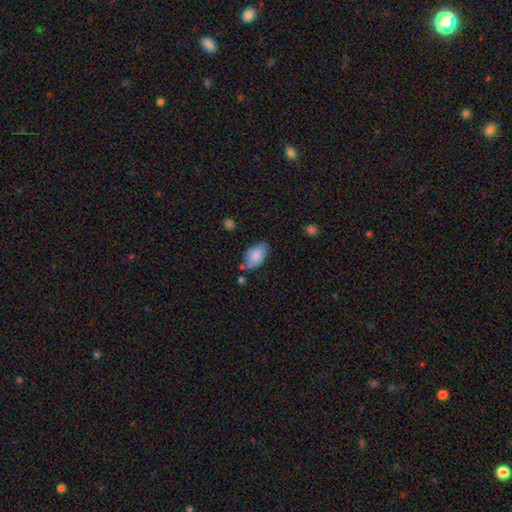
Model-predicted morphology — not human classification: smooth 83%, featured or disk 10%, star or artifact 6%. Down the decision tree: how rounded — in between (94%); merging — none (71%).